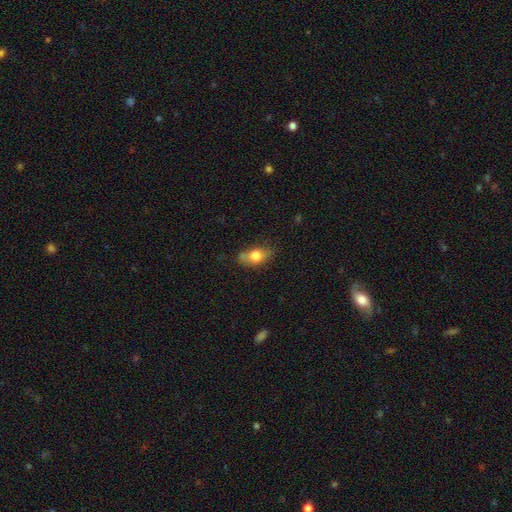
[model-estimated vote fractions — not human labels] This appears to be a smooth galaxy with no disk features (77%) that is in between round and cigar-shaped (80%). Merging: none (60%).